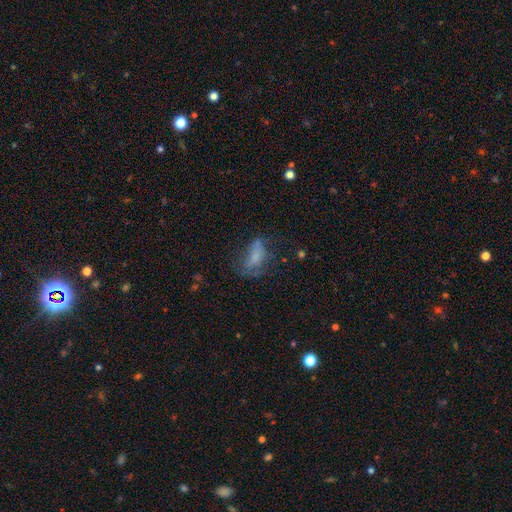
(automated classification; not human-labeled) Morphology: type=smooth (56%); roundness=in between (80%); merging=none (37%).